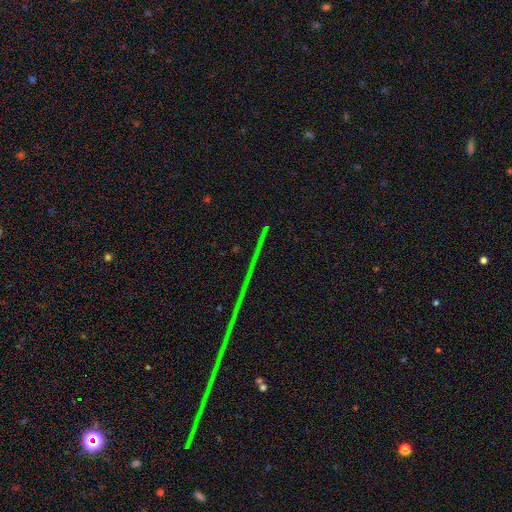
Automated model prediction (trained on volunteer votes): star or artifact 86%, featured or disk 7%, smooth 6%.